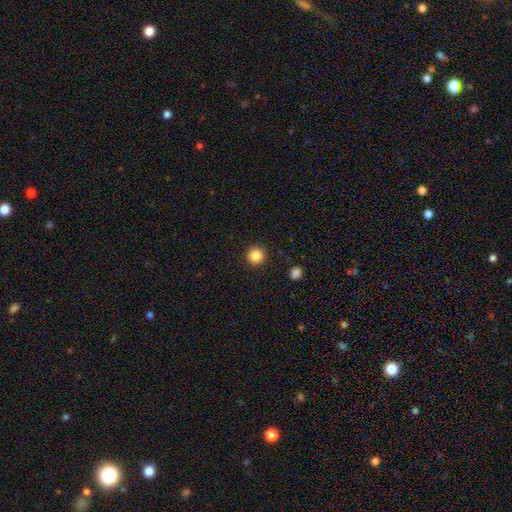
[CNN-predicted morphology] smooth-or-featured: smooth: 85% | star or artifact: 11% | featured or disk: 4%
  how-rounded: round: 95% | in between: 4% | cigar-shaped: 1%
  merging: none: 93% | minor disturbance: 5% | major disturbance: 2% | merger: 1%